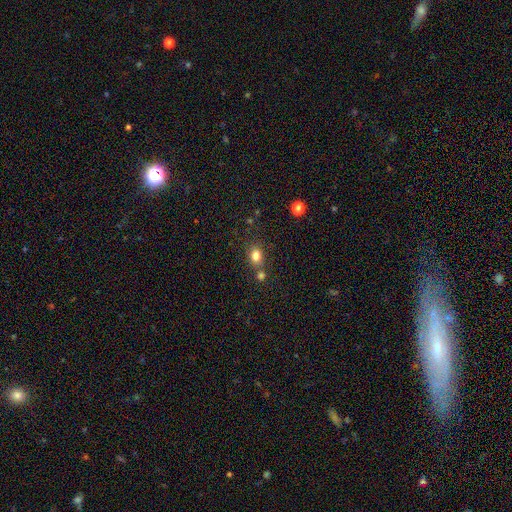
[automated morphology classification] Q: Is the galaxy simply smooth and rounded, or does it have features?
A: smooth — 80%.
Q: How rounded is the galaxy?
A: in between — 54%.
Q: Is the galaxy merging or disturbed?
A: none — 62%.